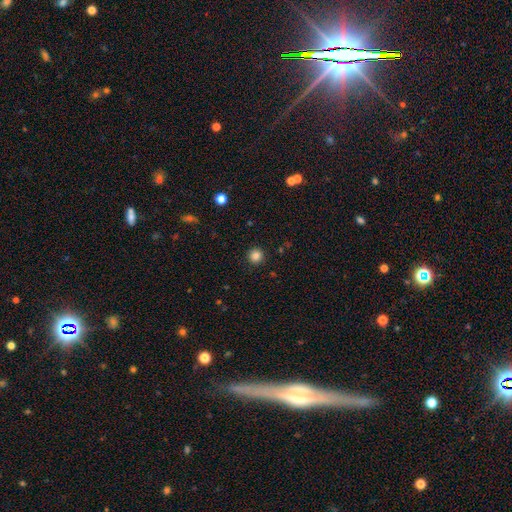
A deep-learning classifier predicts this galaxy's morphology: Q: Smooth or featured?
A: smooth (84%); runner-up: star or artifact (12%)
Q: How rounded?
A: round (95%); runner-up: in between (5%)
Q: Merging?
A: none (92%); runner-up: minor disturbance (5%)